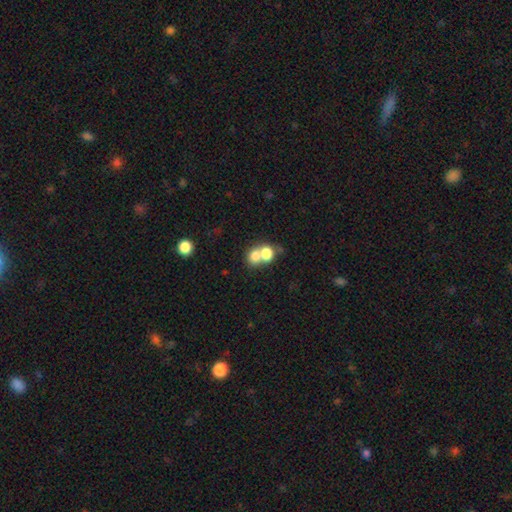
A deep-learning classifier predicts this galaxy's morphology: A smooth galaxy with no disk features (74%) that is round (63%).

Vote fractions:
- Smooth or featured? smooth: 74% / featured or disk: 15% / star or artifact: 11%
- How rounded? round: 63% / in between: 36% / cigar-shaped: 1%
- Merging? merger: 65% / none: 26% / minor disturbance: 5% / major disturbance: 3%